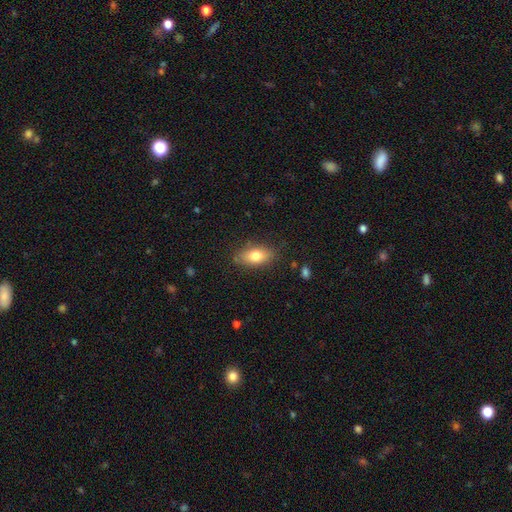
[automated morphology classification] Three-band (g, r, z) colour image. It shows a smooth galaxy with no disk features (77%) that is in between round and cigar-shaped (86%). Merging: none (82%).